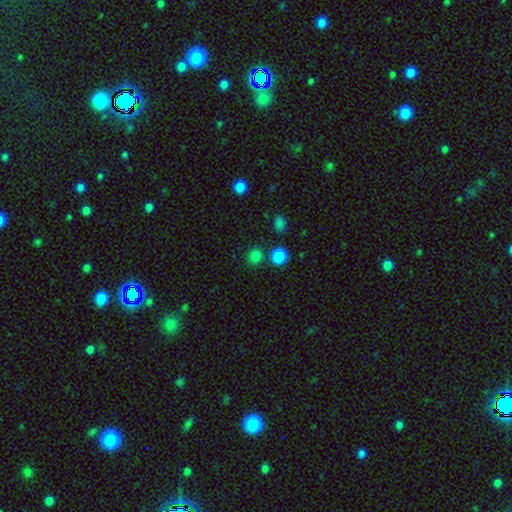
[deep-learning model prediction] The model was most divided on "smooth or featured": smooth: 82%, star or artifact: 14%, featured or disk: 4%. More confident: how rounded — round (88%); merging — none (80%).